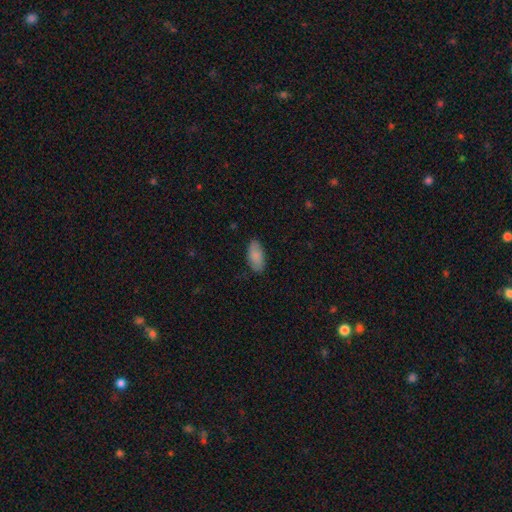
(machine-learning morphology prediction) smooth 83%, featured or disk 11%, star or artifact 6%. Down the decision tree: how rounded — in between (92%); merging — none (82%).